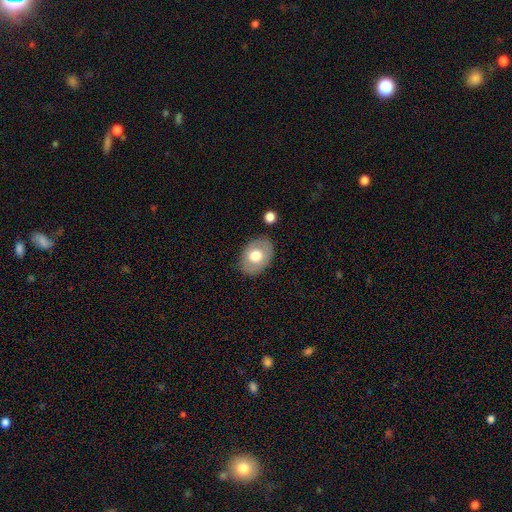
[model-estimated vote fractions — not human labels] Smooth or featured? smooth (62%)
How rounded? in between (74%)
Merging? none (82%)